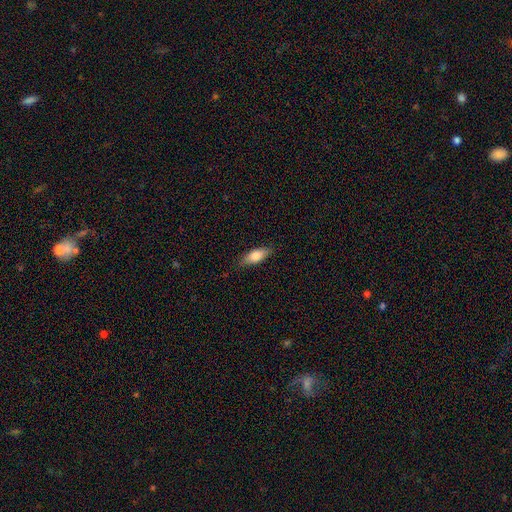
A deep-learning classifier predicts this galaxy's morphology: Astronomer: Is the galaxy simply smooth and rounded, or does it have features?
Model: smooth — 76%.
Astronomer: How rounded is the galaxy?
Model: in between — 76%.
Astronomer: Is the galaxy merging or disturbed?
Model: none — 83%.